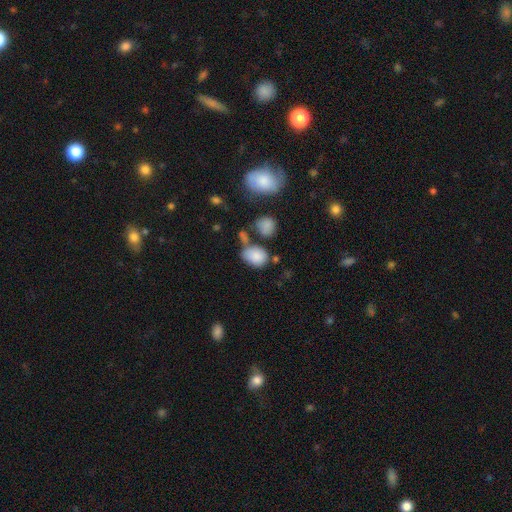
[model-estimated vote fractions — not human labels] Smooth or featured?
  - smooth: 84% *
  - star or artifact: 9%
  - featured or disk: 7%
How rounded?
  - in between: 70% *
  - round: 29%
  - cigar-shaped: 1%
Merging?
  - none: 53% *
  - merger: 21%
  - minor disturbance: 19%
  - major disturbance: 7%